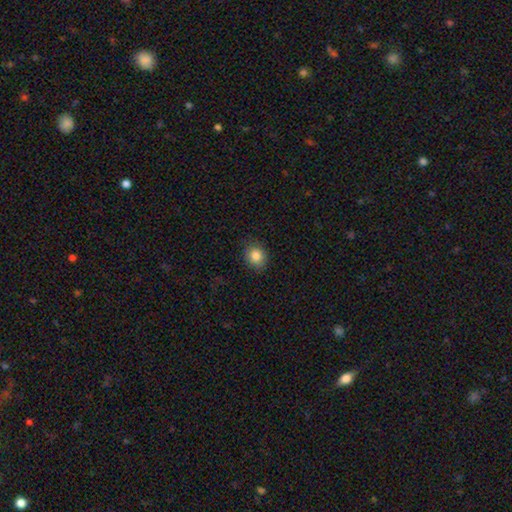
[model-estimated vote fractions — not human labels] Morphology: type=smooth (85%); roundness=round (72%); merging=none (84%).